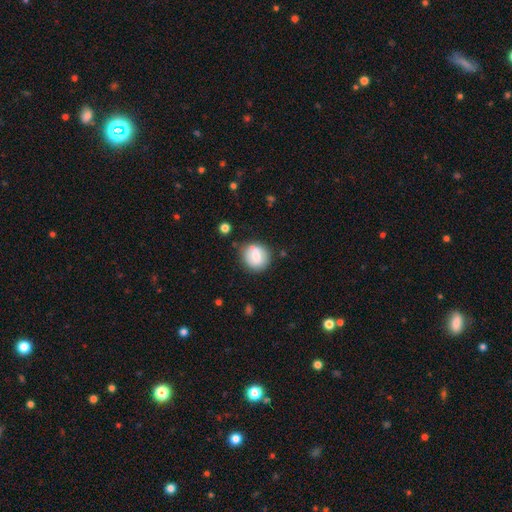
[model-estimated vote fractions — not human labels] A smooth galaxy with no disk features (68%) that is round (79%). Merging: none (74%).